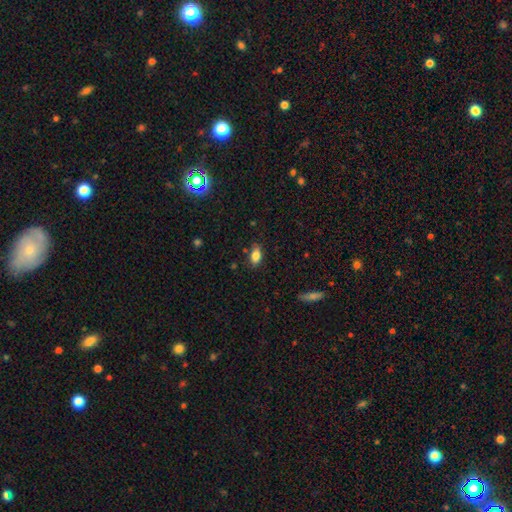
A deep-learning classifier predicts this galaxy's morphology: Smooth or featured? Predicted: smooth (p=0.83). How rounded? Predicted: in between (p=0.88). Merging? Predicted: none (p=0.77).